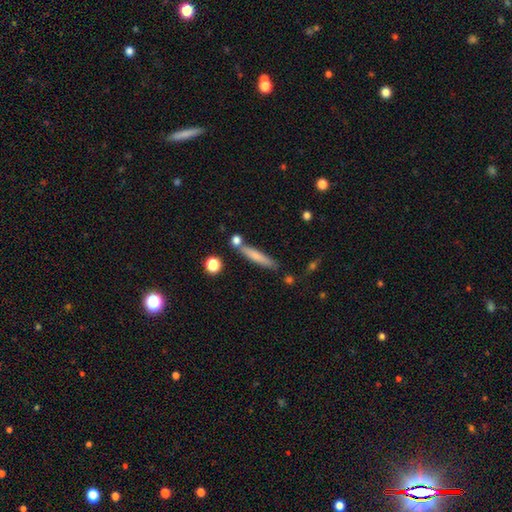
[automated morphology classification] Q: Smooth or featured?
A: smooth (69%); runner-up: featured or disk (24%)
Q: How rounded?
A: cigar-shaped (90%); runner-up: in between (8%)
Q: Merging?
A: none (75%); runner-up: minor disturbance (13%)